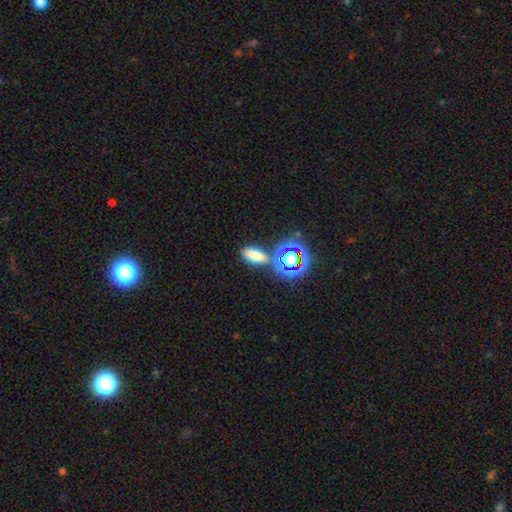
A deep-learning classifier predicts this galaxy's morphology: smooth-or-featured: smooth: 69% | star or artifact: 24% | featured or disk: 8%
  how-rounded: in between: 80% | round: 11% | cigar-shaped: 9%
  merging: none: 75% | merger: 11% | minor disturbance: 11% | major disturbance: 4%